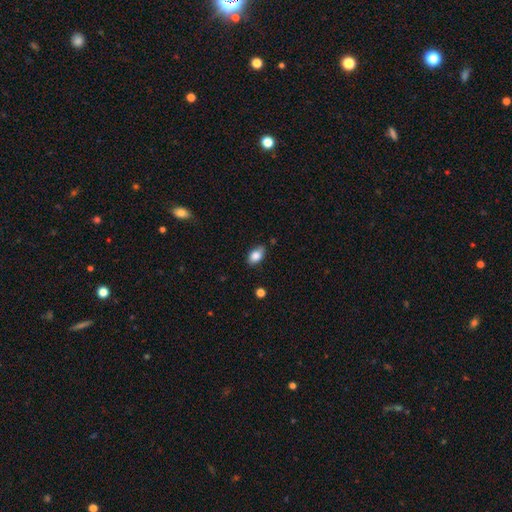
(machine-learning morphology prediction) smooth_or_featured: smooth (p=0.84) [alt: featured or disk p=0.08]
how_rounded: in between (p=0.89) [alt: round p=0.08]
merging: none (p=0.76) [alt: minor disturbance p=0.19]